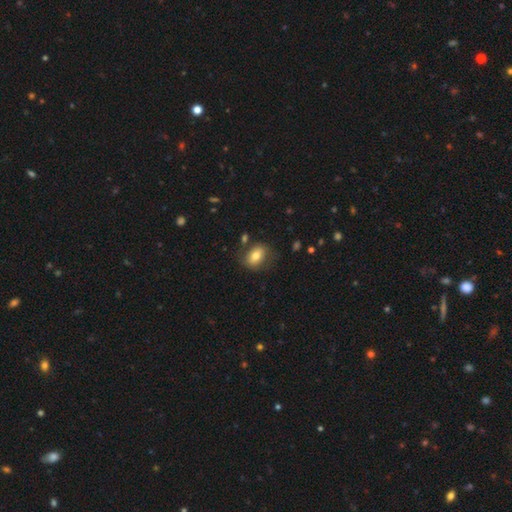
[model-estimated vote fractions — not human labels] A smooth galaxy with no disk features (76%) that is in between round and cigar-shaped (77%).

Vote fractions:
- Smooth or featured? smooth: 76% / featured or disk: 16% / star or artifact: 8%
- How rounded? in between: 77% / round: 21% / cigar-shaped: 2%
- Merging? none: 71% / minor disturbance: 18% / major disturbance: 7% / merger: 4%